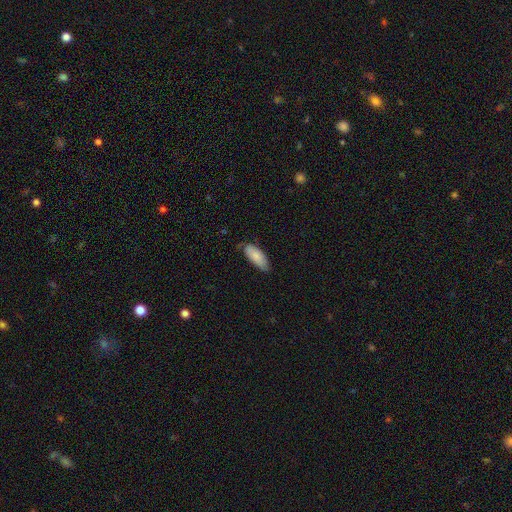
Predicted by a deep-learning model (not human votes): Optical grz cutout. It shows a smooth galaxy with no disk features (82%) that is in between round and cigar-shaped (81%). Merging: none (67%).